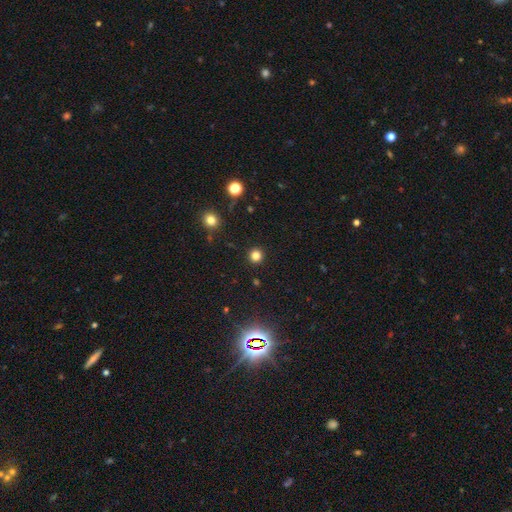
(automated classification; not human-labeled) smooth_or_featured: smooth (p=0.80) [alt: star or artifact p=0.16]
how_rounded: round (p=0.94) [alt: in between p=0.05]
merging: none (p=0.92) [alt: minor disturbance p=0.04]